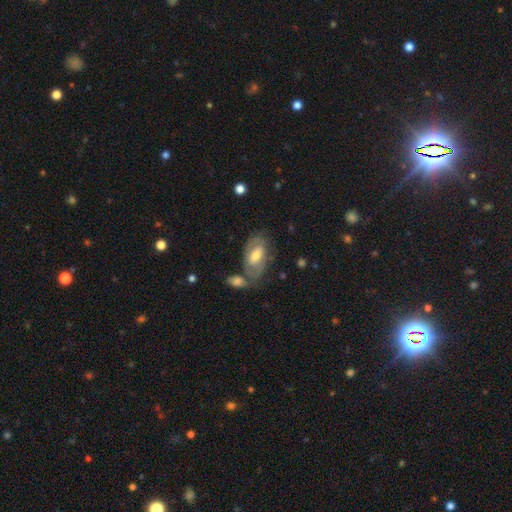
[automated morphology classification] type=featured or disk (65%); edge-on=no (93%); bar=weak (43%); spiral arms=yes (73%); bulge=moderate (64%); merging=none (58%).